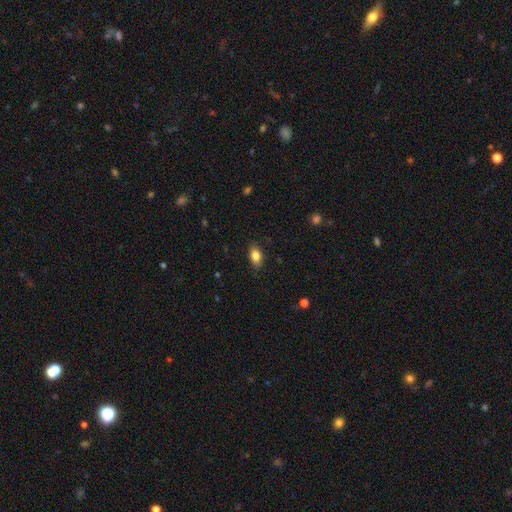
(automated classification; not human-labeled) A smooth galaxy with no disk features (82%) that is in between round and cigar-shaped (87%).

Vote fractions:
- Smooth or featured? smooth: 82% / featured or disk: 10% / star or artifact: 8%
- How rounded? in between: 87% / round: 7% / cigar-shaped: 5%
- Merging? none: 85% / minor disturbance: 12% / major disturbance: 2% / merger: 1%